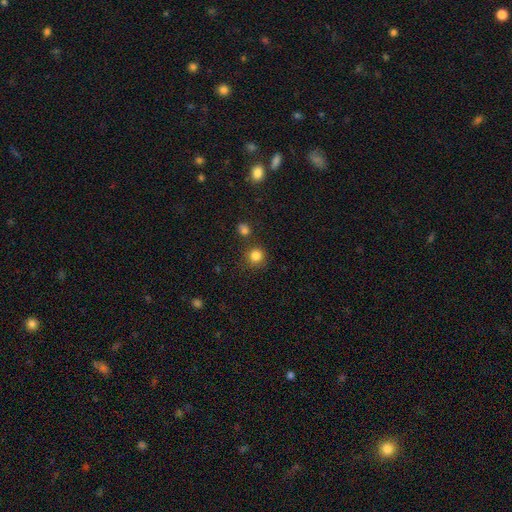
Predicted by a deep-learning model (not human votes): Smooth or featured?
  - smooth: 82% *
  - star or artifact: 13%
  - featured or disk: 5%
How rounded?
  - round: 93% *
  - in between: 7%
  - cigar-shaped: 1%
Merging?
  - none: 81% *
  - minor disturbance: 9%
  - merger: 7%
  - major disturbance: 3%